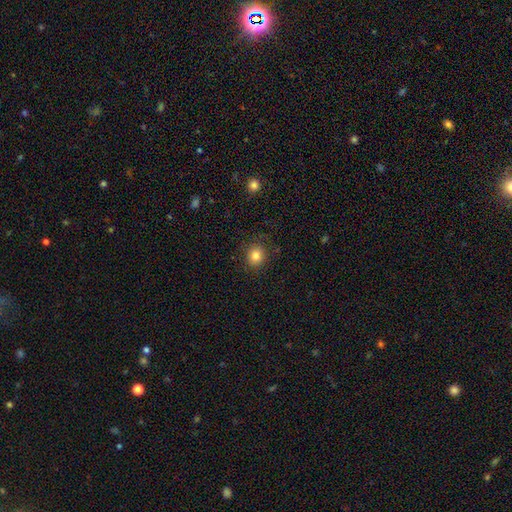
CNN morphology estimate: This appears to be a smooth galaxy with no disk features (82%) that is round (84%). Merging: none (88%).